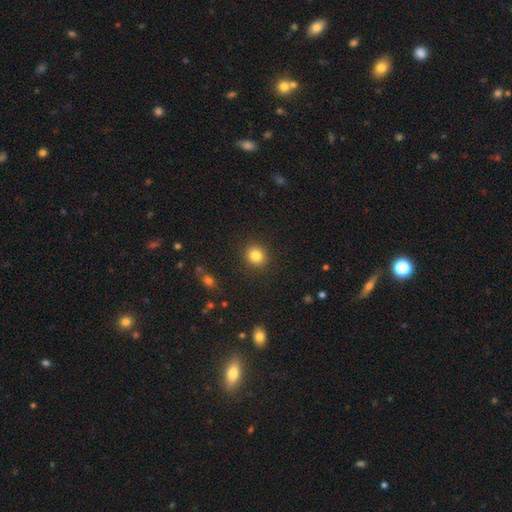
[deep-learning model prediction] smooth 84%, star or artifact 11%, featured or disk 5%. Down the decision tree: how rounded — round (85%); merging — none (90%).